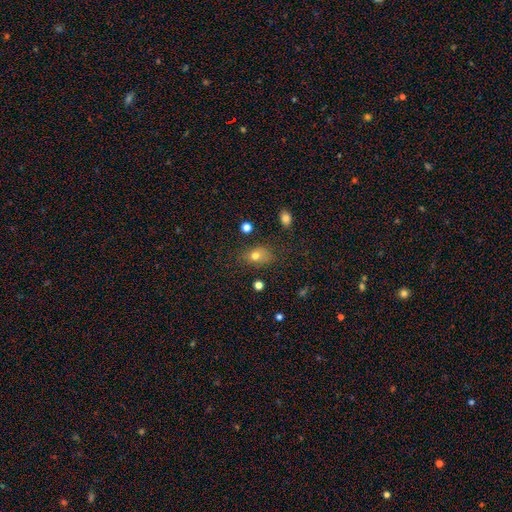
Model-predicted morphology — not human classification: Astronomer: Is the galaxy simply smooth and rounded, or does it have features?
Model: smooth — 76%.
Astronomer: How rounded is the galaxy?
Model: in between — 69%.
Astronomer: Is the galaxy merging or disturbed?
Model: none — 71%.